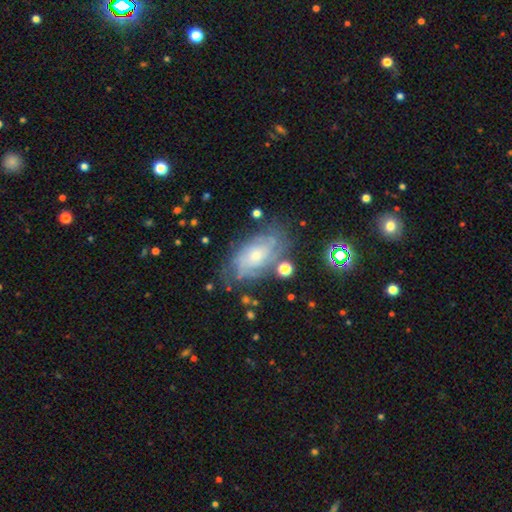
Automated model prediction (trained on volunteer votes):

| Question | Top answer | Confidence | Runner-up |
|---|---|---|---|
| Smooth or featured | featured or disk | 71% | smooth (20%) |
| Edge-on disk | no | 94% | yes (6%) |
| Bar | no | 74% | weak (22%) |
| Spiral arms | yes | 87% | no (13%) |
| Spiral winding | tight | 58% | medium (31%) |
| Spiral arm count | can't tell | 53% | 2 (16%) |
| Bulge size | small | 60% | moderate (33%) |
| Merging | none | 66% | minor disturbance (21%) |